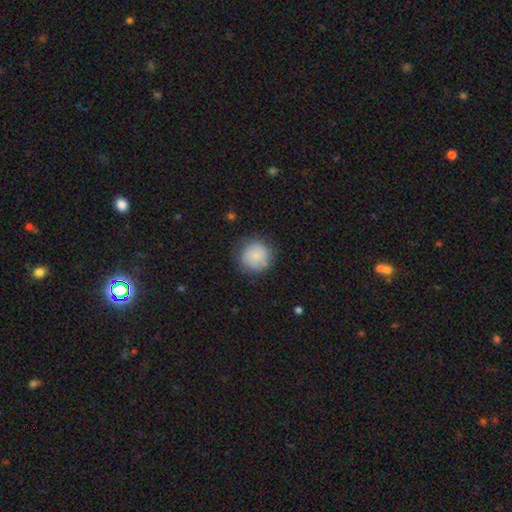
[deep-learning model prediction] Morphology: type=smooth (84%); roundness=round (94%); merging=none (81%).